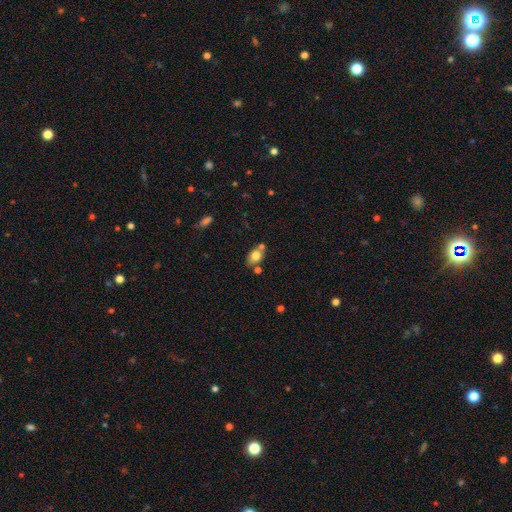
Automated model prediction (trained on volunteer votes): Smooth or featured: smooth — 75% (featured or disk — 16%)
How rounded: in between — 73% (round — 25%)
Merging: none — 60% (merger — 22%)